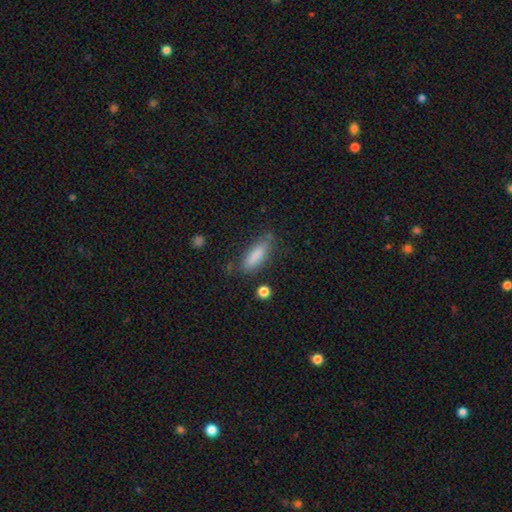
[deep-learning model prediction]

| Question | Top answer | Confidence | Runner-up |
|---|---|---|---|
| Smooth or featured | smooth | 83% | featured or disk (9%) |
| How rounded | in between | 55% | cigar-shaped (43%) |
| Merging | none | 75% | minor disturbance (17%) |